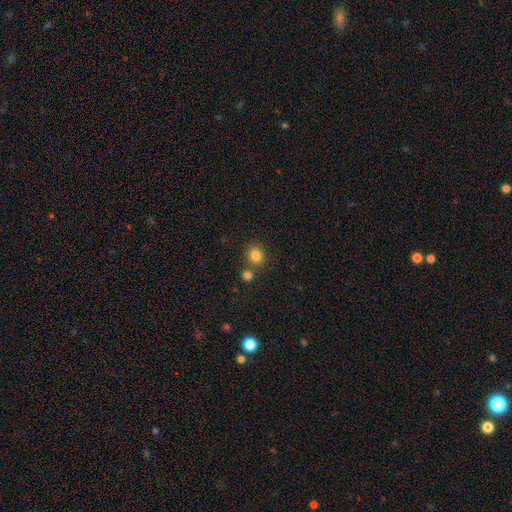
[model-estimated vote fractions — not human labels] Morphology: type=smooth (82%); roundness=round (75%); merging=none (71%).